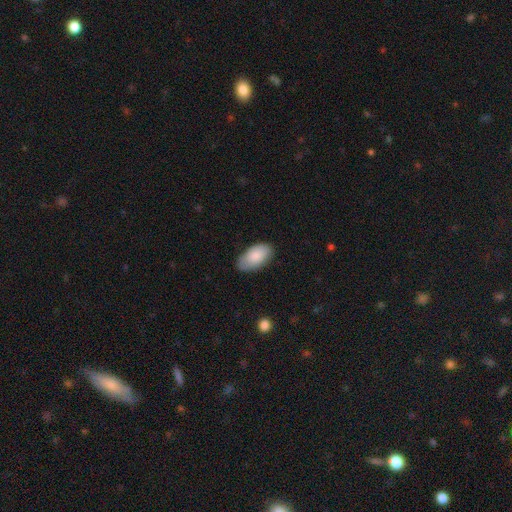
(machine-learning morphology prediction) smooth 84%, featured or disk 10%, star or artifact 6%. Down the decision tree: how rounded — in between (95%); merging — none (77%).